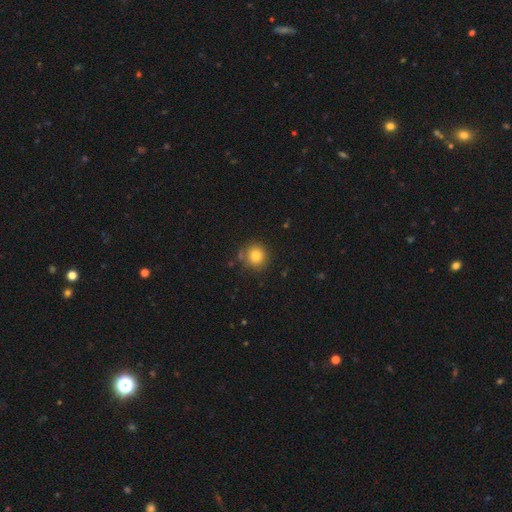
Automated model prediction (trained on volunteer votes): smooth 81%, star or artifact 11%, featured or disk 8%. Down the decision tree: how rounded — round (93%); merging — none (81%).